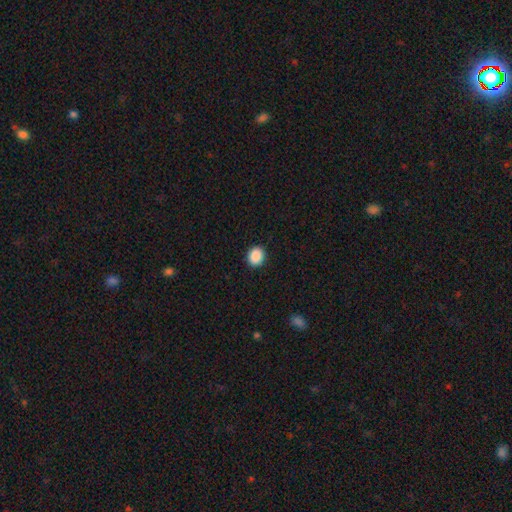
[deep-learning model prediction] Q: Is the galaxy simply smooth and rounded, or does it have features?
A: smooth — 89%.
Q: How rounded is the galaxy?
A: round — 69%.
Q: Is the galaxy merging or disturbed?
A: none — 92%.